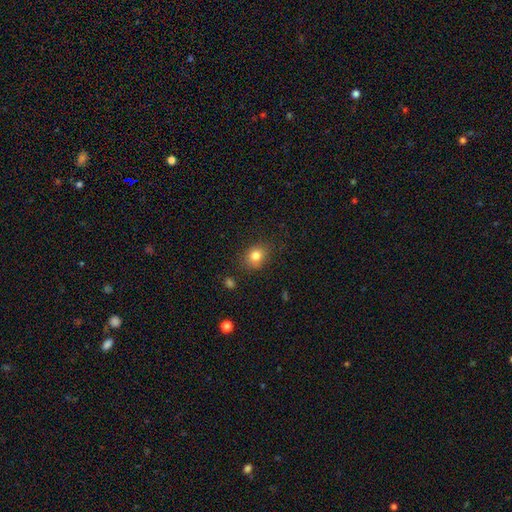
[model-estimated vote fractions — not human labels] A smooth galaxy with no disk features (81%) that is round (63%).

Vote fractions:
- Smooth or featured? smooth: 81% / star or artifact: 12% / featured or disk: 8%
- How rounded? round: 63% / in between: 36% / cigar-shaped: 1%
- Merging? none: 84% / minor disturbance: 12% / major disturbance: 3% / merger: 2%